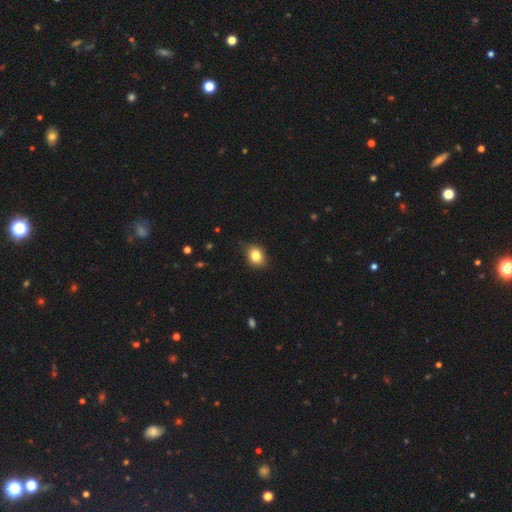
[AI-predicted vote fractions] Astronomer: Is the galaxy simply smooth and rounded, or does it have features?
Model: smooth — 81%.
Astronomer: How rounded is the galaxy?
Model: round — 54% (runner-up: in between, 45%).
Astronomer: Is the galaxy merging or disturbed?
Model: none — 77%.